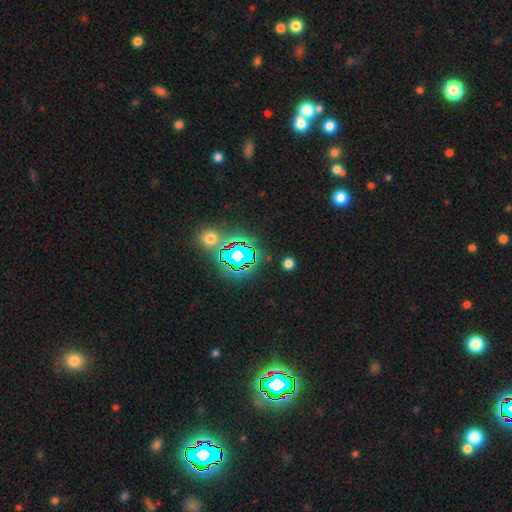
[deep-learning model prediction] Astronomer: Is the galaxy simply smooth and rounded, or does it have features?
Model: star or artifact — 77%.